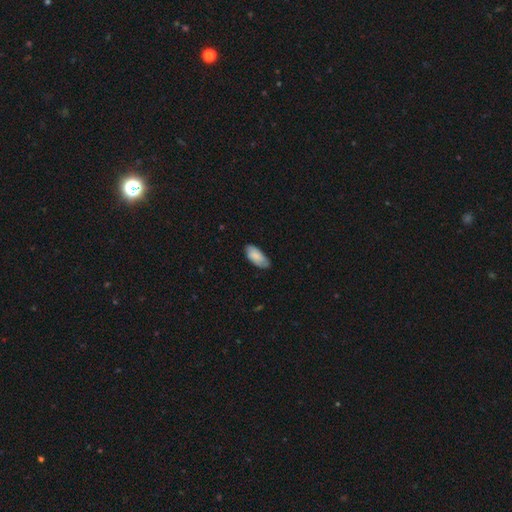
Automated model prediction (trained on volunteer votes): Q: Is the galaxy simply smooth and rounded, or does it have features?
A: smooth — 76%.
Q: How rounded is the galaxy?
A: in between — 90%.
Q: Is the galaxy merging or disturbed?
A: none — 70%.